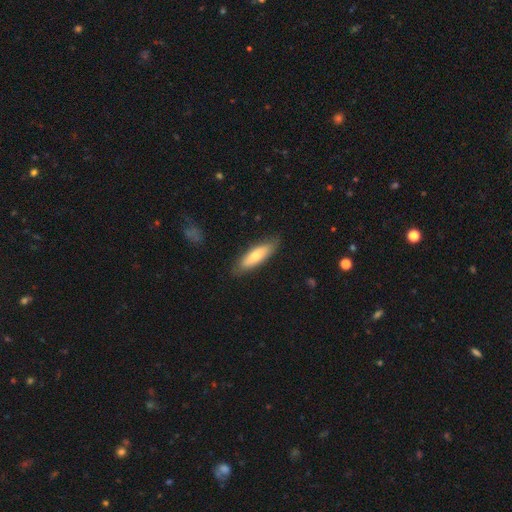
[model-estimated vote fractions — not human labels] Morphology: type=smooth (72%); roundness=cigar-shaped (55%); merging=none (83%).